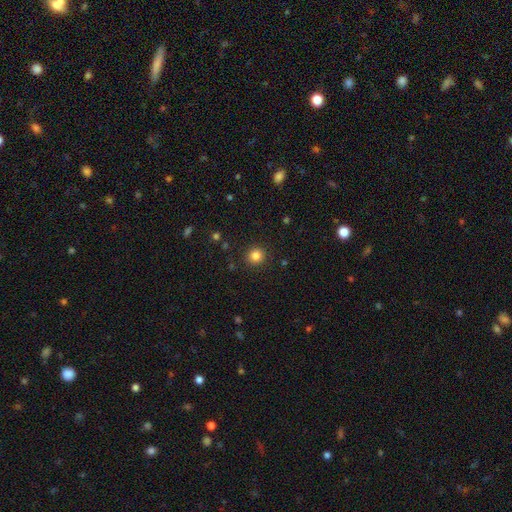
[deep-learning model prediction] This is clearly a smooth galaxy (83%). How rounded: clearly round (92%). Merging: clearly none (91%).